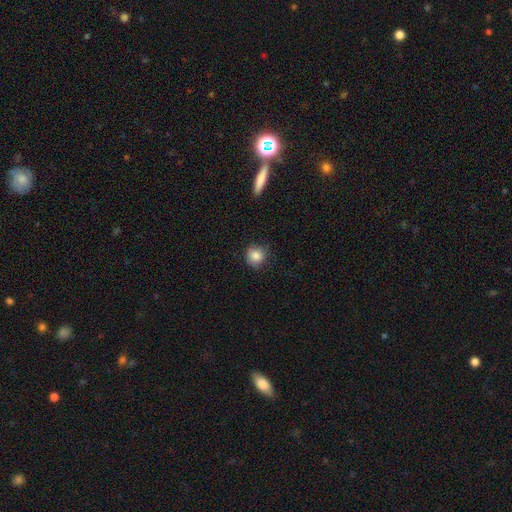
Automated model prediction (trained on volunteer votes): Overall: smooth (85%). How rounded: round (88%). Merging: none (77%).